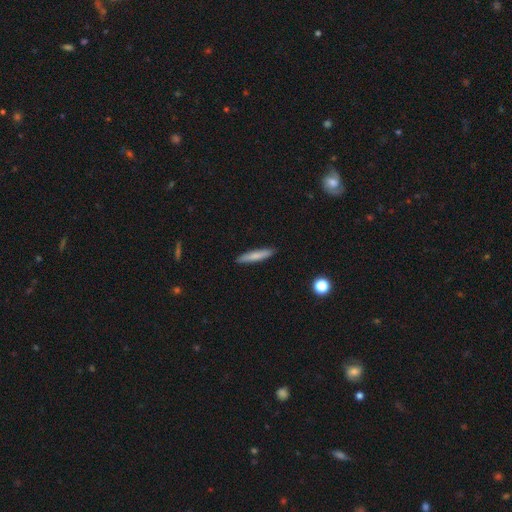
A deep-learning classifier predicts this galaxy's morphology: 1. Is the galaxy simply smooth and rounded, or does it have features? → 76% smooth, 18% featured or disk, 6% star or artifact.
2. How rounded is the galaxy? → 90% cigar-shaped, 8% in between, 1% round.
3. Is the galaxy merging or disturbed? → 90% none, 7% minor disturbance, 1% major disturbance, 1% merger.